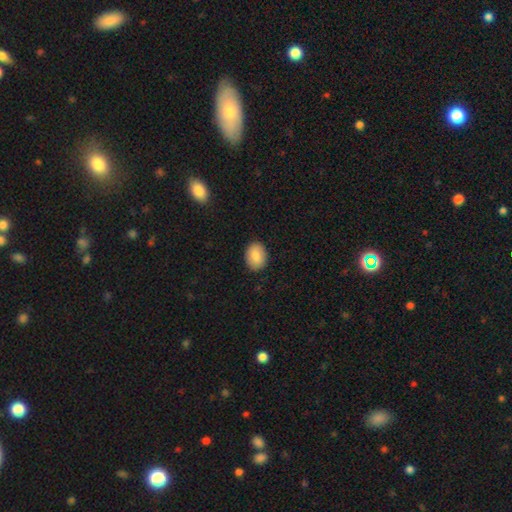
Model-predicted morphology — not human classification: Q: Smooth or featured?
A: smooth (88%); runner-up: star or artifact (7%)
Q: How rounded?
A: in between (69%); runner-up: round (30%)
Q: Merging?
A: none (89%); runner-up: minor disturbance (8%)